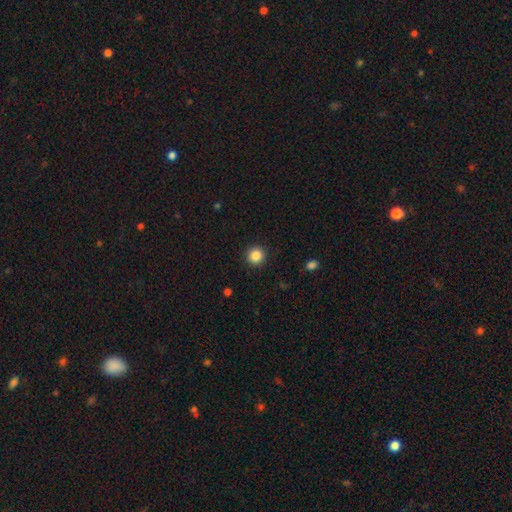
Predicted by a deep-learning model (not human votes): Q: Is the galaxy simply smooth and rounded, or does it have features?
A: smooth — 85%.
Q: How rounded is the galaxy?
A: round — 94%.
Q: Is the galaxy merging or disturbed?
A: none — 92%.